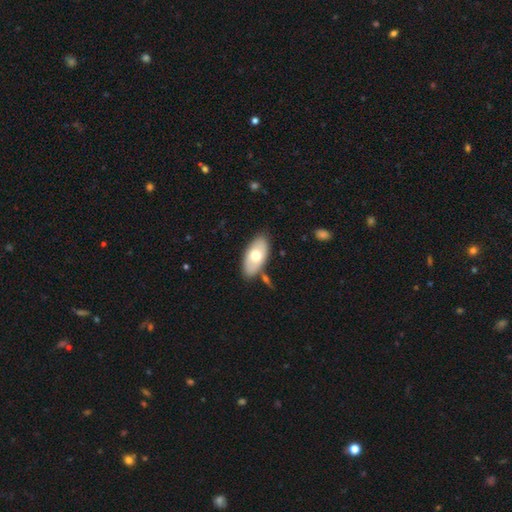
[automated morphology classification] A smooth galaxy with no disk features (64%) that is in between round and cigar-shaped (93%).

Vote fractions:
- Smooth or featured? smooth: 64% / featured or disk: 31% / star or artifact: 6%
- How rounded? in between: 93% / cigar-shaped: 4% / round: 3%
- Merging? none: 80% / minor disturbance: 12% / merger: 6% / major disturbance: 3%